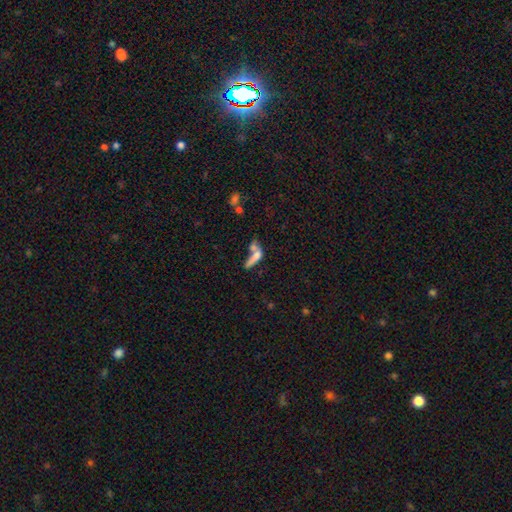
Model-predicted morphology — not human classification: Overall: smooth (61%; featured or disk 27%). How rounded: cigar-shaped (53%; in between 40%). Merging: merger (55%; none 23%).